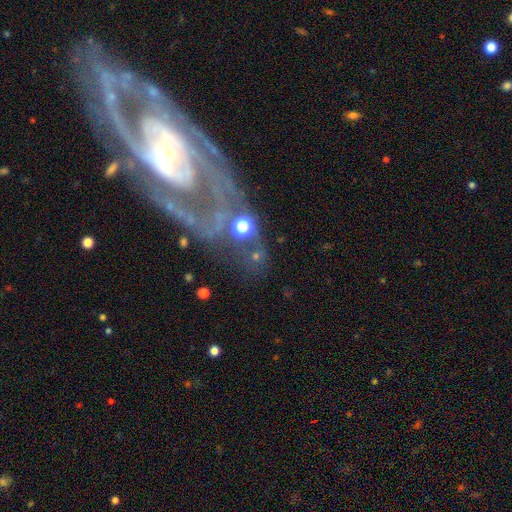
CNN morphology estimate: The model was most divided on "smooth or featured": featured or disk: 36%, smooth: 33%, star or artifact: 32%. More confident: merging — none (52%).